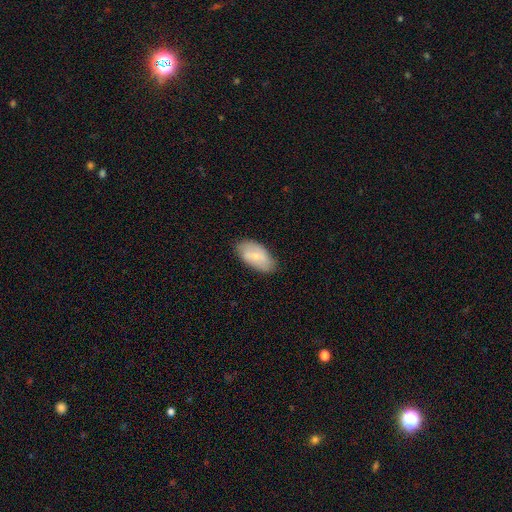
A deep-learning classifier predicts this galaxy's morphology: A smooth galaxy with no disk features (66%) that is in between round and cigar-shaped (94%). Merging: none (80%).